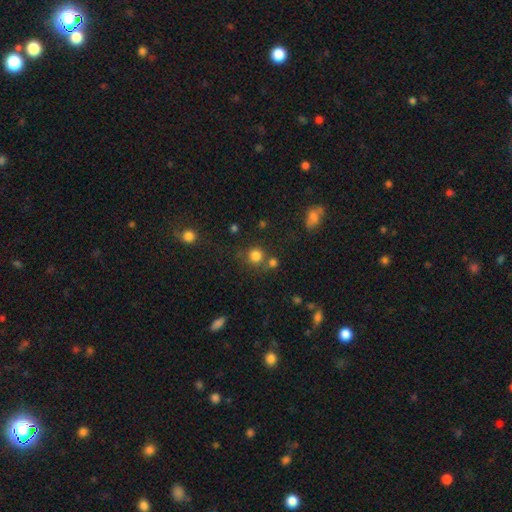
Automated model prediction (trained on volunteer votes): Smooth or featured? Predicted: smooth (p=0.80). How rounded? Predicted: round (p=0.92). Merging? Predicted: none (p=0.69).